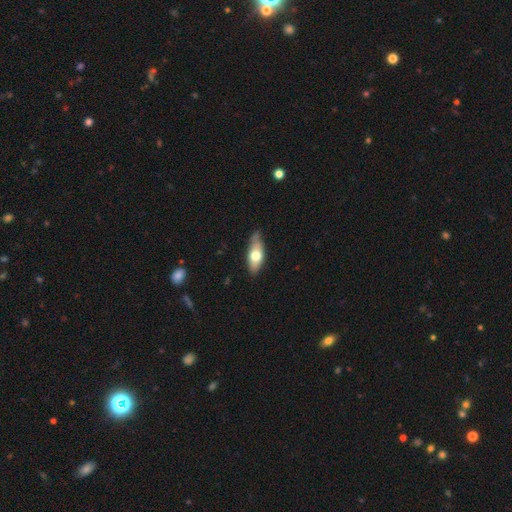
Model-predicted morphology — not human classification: smooth-or-featured: smooth: 59% | featured or disk: 35% | star or artifact: 6%
  how-rounded: in between: 73% | cigar-shaped: 23% | round: 3%
  merging: none: 70% | minor disturbance: 24% | major disturbance: 4% | merger: 2%